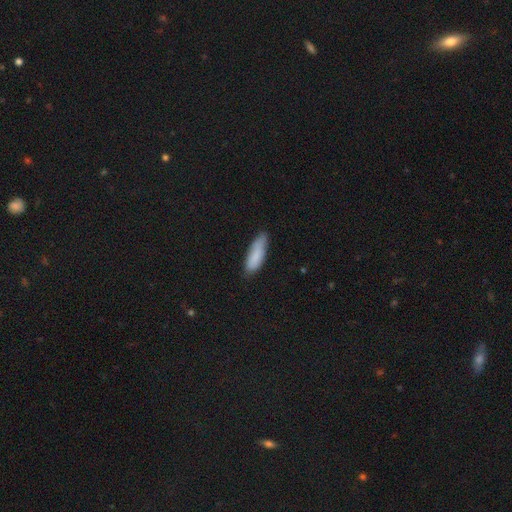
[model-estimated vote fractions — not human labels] Smooth or featured? smooth (85%)
How rounded? in between (53%)
Merging? none (72%)